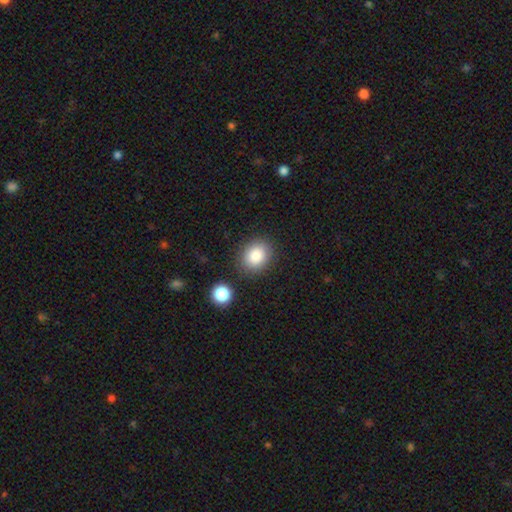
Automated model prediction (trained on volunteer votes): Smooth or featured? Predicted: smooth (p=0.85). How rounded? Predicted: round (p=0.57). Merging? Predicted: none (p=0.83).